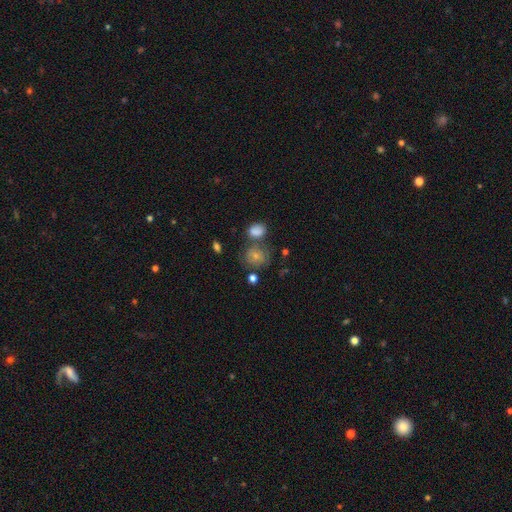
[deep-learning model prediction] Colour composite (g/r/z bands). It shows a smooth galaxy with no disk features (56%) that is round (73%). Merging: none (55%).